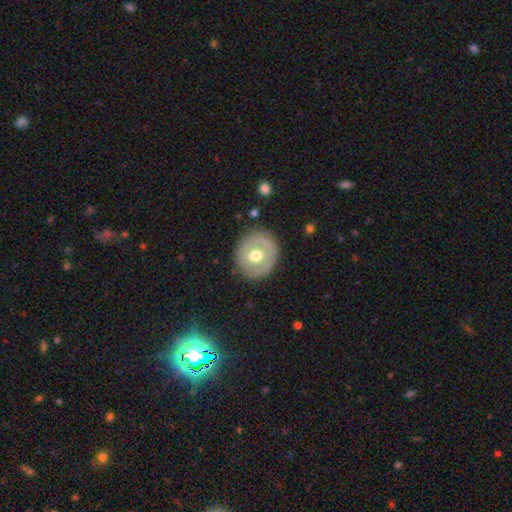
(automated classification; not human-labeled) Smooth or featured: featured or disk — 51% (smooth — 43%)
Edge-on disk: no — 95% (yes — 5%)
Merging: none — 81% (minor disturbance — 13%)